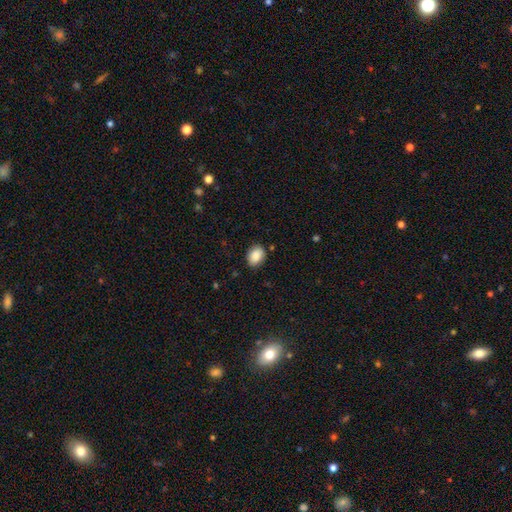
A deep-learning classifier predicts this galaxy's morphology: Overall: smooth (87%). How rounded: in between (68%; round 31%). Merging: none (83%).